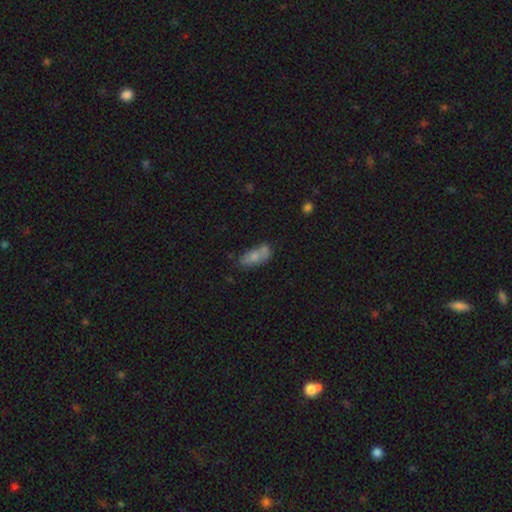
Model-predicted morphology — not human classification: A smooth galaxy with no disk features (66%) that is in between round and cigar-shaped (81%). Merging: none (44%).